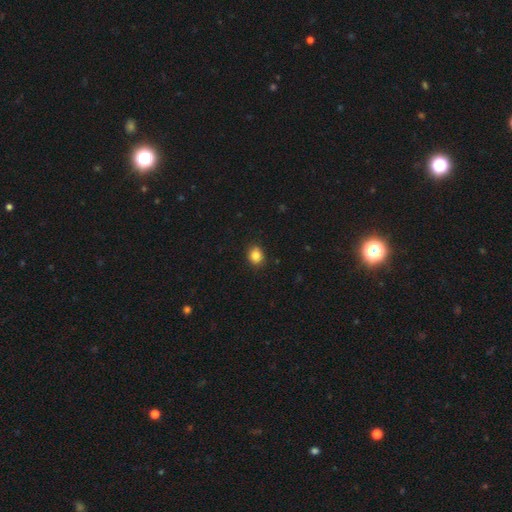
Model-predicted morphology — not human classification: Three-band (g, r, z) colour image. It shows a smooth galaxy with no disk features (85%) that is round (66%). Merging: none (90%).